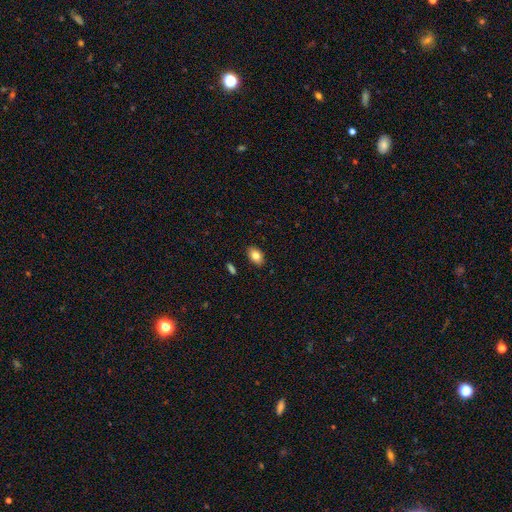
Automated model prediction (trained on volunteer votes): The model was most divided on "smooth or featured": smooth: 82%, featured or disk: 10%, star or artifact: 8%. More confident: merging — none (88%); how rounded — in between (87%).